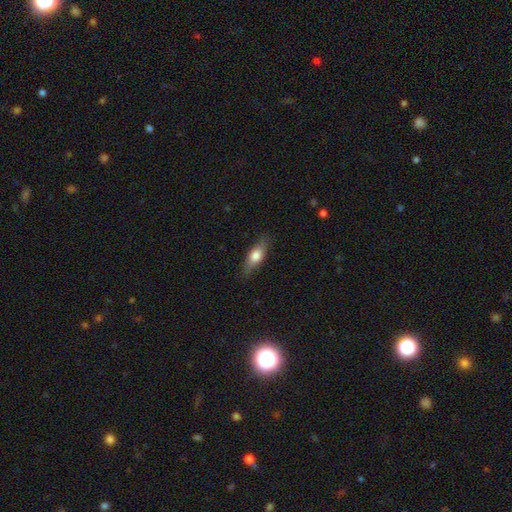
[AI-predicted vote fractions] Smooth or featured?
  - smooth: 64% *
  - featured or disk: 29%
  - star or artifact: 7%
How rounded?
  - in between: 62% *
  - cigar-shaped: 34%
  - round: 4%
Merging?
  - none: 83% *
  - minor disturbance: 13%
  - major disturbance: 3%
  - merger: 1%